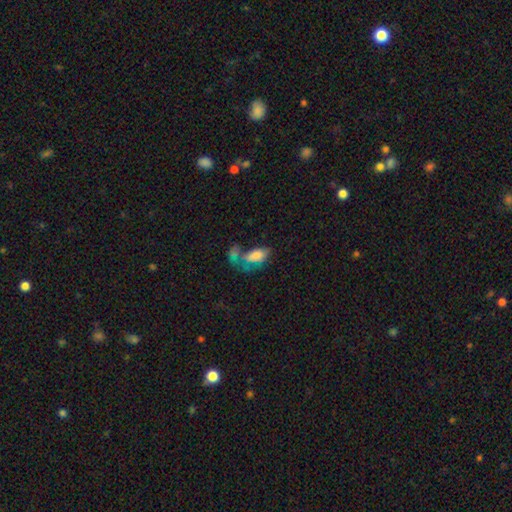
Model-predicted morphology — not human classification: Q: Smooth or featured?
A: smooth (71%); runner-up: featured or disk (20%)
Q: How rounded?
A: in between (92%); runner-up: round (4%)
Q: Merging?
A: merger (34%); runner-up: major disturbance (28%)